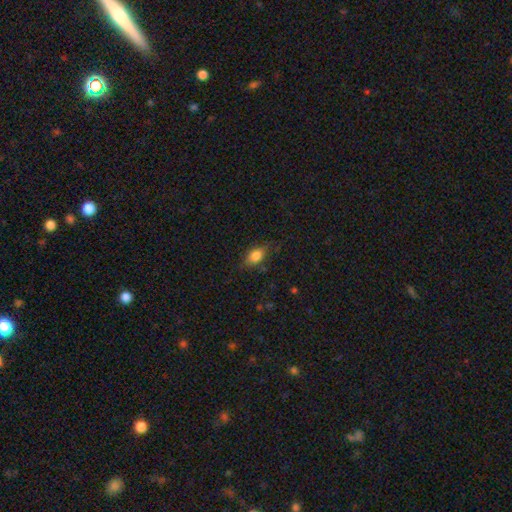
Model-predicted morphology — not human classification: The model was most divided on "merging": none: 71%, minor disturbance: 21%, major disturbance: 6%, merger: 1%. More confident: how rounded — in between (82%); smooth or featured — smooth (79%).